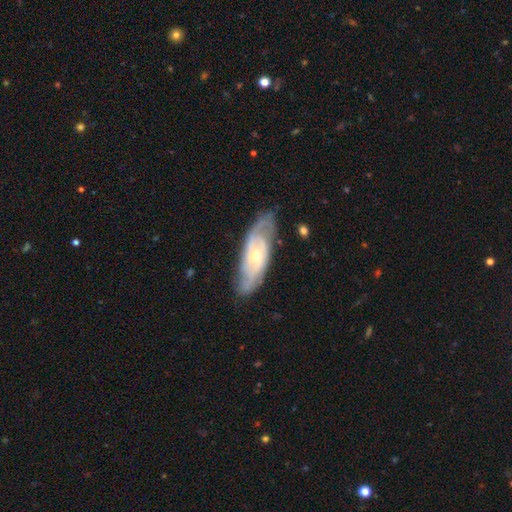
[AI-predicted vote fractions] featured or disk 77%, smooth 17%, star or artifact 6%. Down the decision tree: edge-on disk — no (85%); bar — no (67%); spiral arms — yes (89%); spiral arm count — 2 (50%); spiral winding — tight (51%); bulge size — small (58%); merging — none (74%).